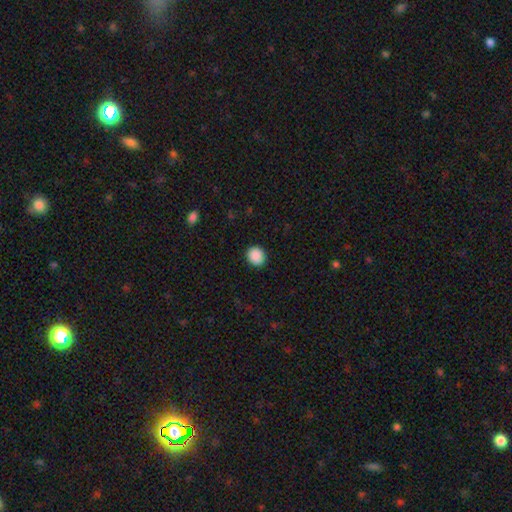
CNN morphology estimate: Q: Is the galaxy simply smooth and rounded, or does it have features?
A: smooth — 90%.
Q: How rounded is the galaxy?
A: round — 81%.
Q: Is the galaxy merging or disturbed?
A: none — 91%.